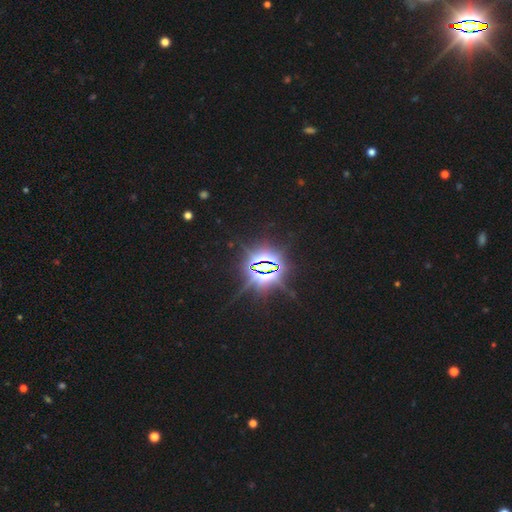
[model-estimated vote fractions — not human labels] The model was most divided on "smooth or featured": star or artifact: 86%, featured or disk: 8%, smooth: 6%.